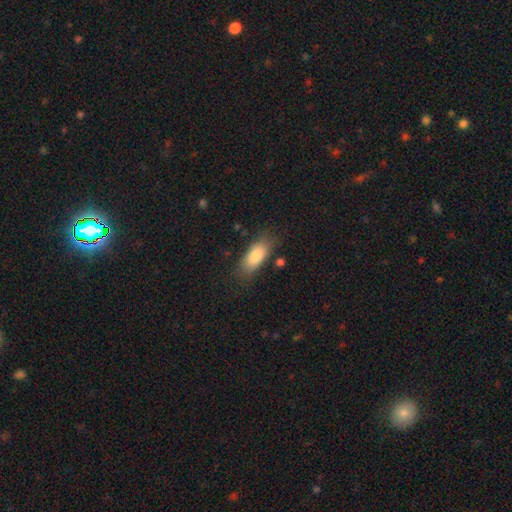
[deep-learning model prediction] Smooth or featured? Predicted: smooth (p=0.83). How rounded? Predicted: in between (p=0.82). Merging? Predicted: none (p=0.75).